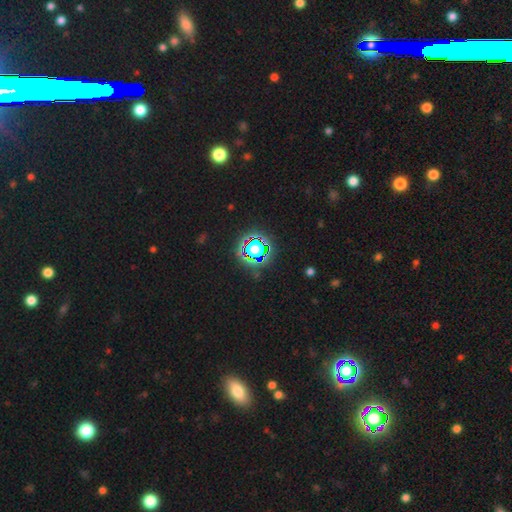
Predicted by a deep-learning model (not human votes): Overall: star or artifact (78%).